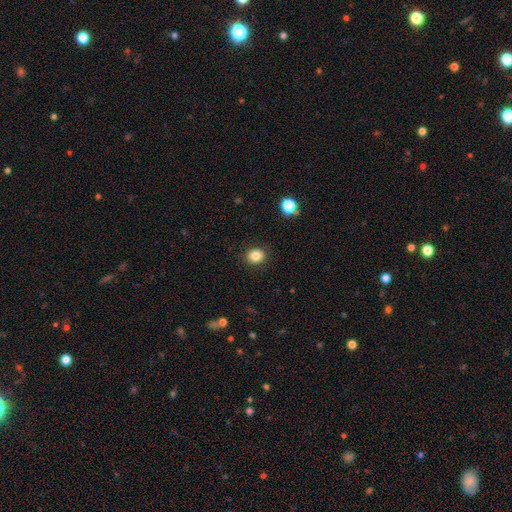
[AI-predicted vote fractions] A smooth galaxy with no disk features (84%) that is round (68%). Merging: none (89%).